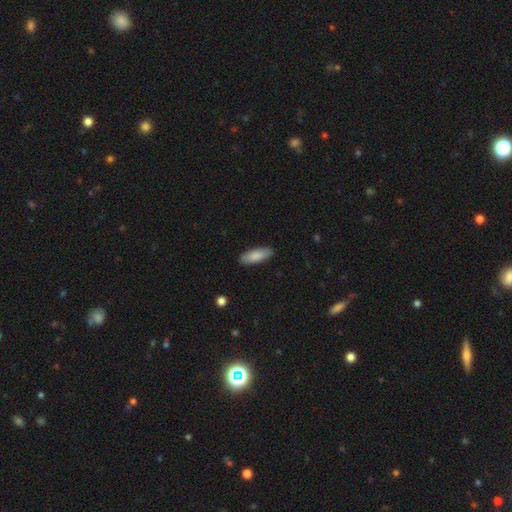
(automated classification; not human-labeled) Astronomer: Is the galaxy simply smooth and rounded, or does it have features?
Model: smooth — 85%.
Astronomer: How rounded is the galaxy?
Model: in between — 60% (runner-up: cigar-shaped, 39%).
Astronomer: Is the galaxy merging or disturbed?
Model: none — 88%.